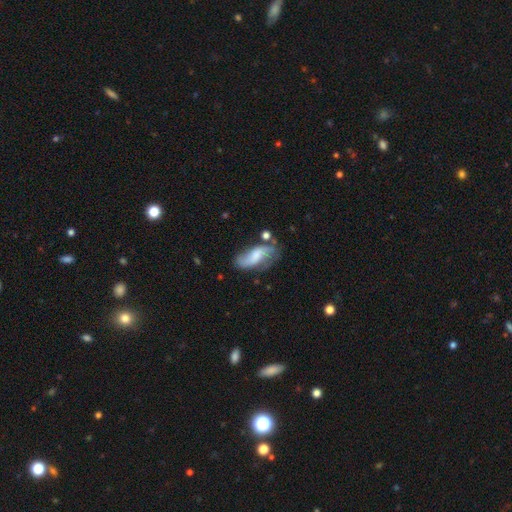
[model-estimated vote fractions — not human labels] This is possibly a featured or disk galaxy (50%). Merging: possibly none (49%).